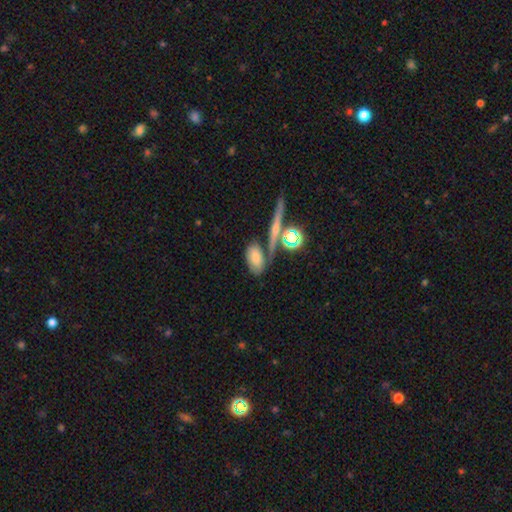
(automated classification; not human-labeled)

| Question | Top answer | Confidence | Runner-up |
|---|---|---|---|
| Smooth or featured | smooth | 68% | featured or disk (17%) |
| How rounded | in between | 87% | round (8%) |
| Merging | none | 56% | minor disturbance (19%) |